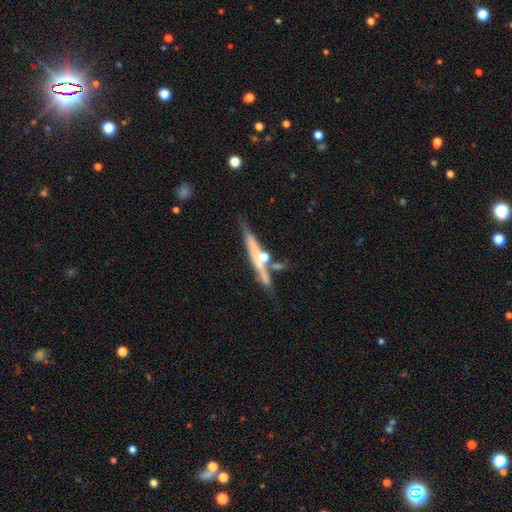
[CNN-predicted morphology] Smooth or featured? featured or disk (67%)
Edge-on disk? yes (93%)
Edge-on bulge? rounded (68%)
Merging? none (65%)